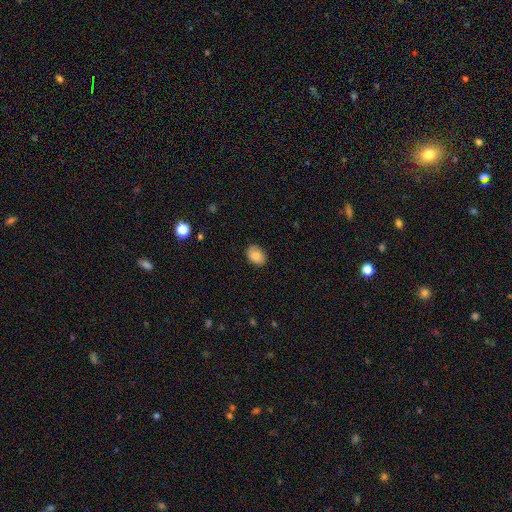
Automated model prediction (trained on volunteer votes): Overall: smooth (85%). How rounded: in between (78%). Merging: none (81%).